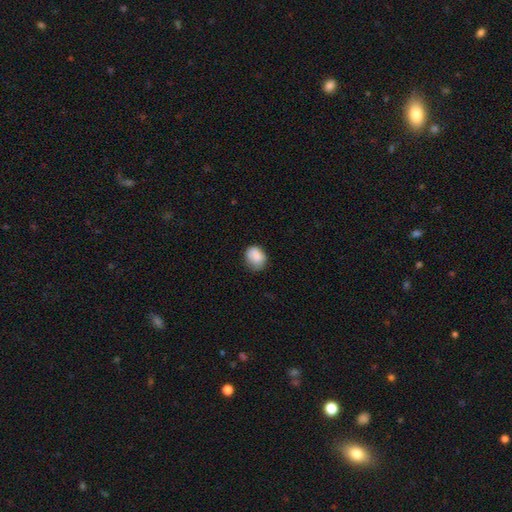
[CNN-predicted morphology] The model was most divided on "how rounded": in between: 53%, round: 46%, cigar-shaped: 1%. More confident: smooth or featured — smooth (85%); merging — none (65%).